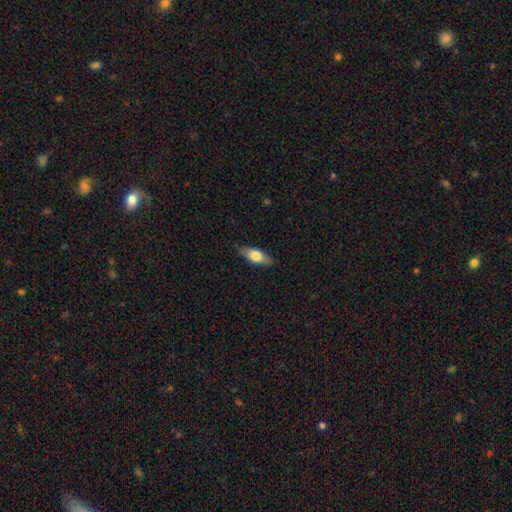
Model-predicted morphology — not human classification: Smooth or featured: smooth — 62% (featured or disk — 32%)
How rounded: in between — 72% (cigar-shaped — 25%)
Merging: none — 84% (minor disturbance — 12%)